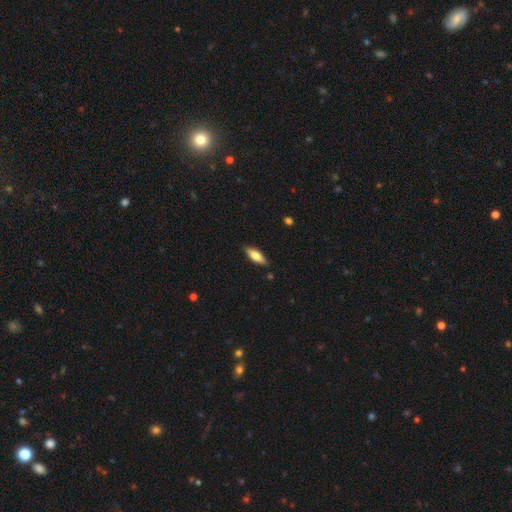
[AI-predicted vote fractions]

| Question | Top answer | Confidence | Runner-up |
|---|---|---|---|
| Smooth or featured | smooth | 63% | featured or disk (31%) |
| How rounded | in between | 59% | cigar-shaped (38%) |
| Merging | none | 87% | minor disturbance (10%) |